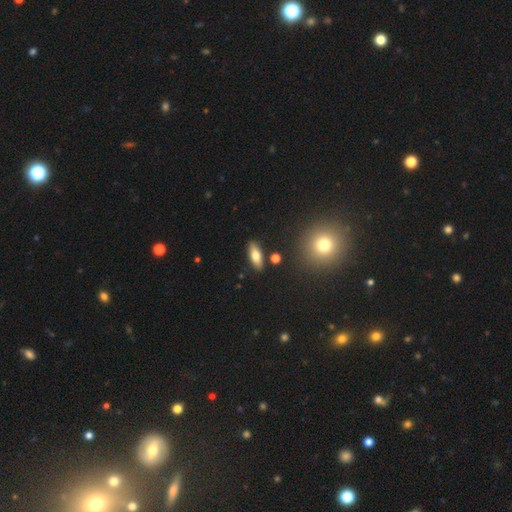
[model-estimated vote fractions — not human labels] Morphology: type=smooth (69%); roundness=in between (63%); merging=none (86%).